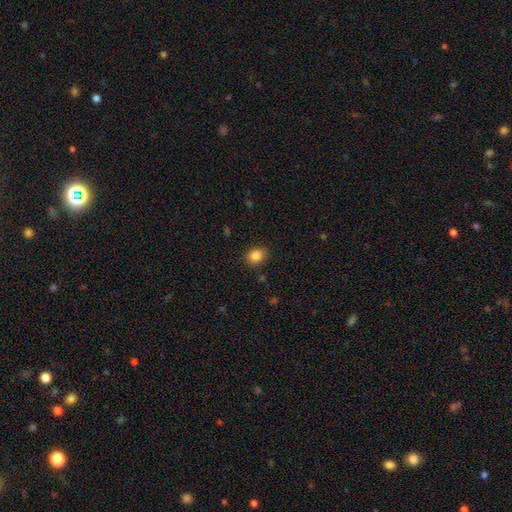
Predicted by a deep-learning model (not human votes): This is clearly a smooth galaxy (85%). How rounded: possibly round (52%). Merging: clearly none (87%).